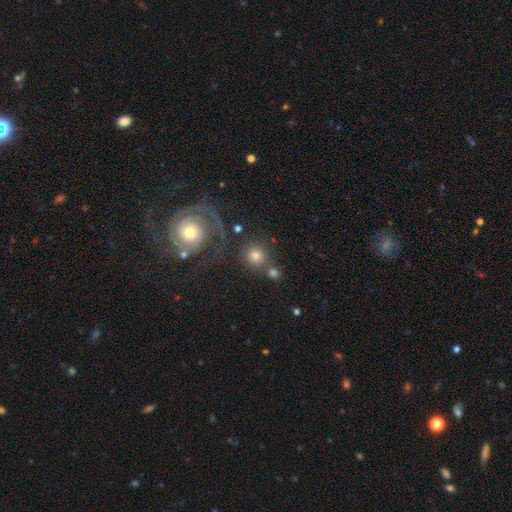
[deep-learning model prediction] Q: Smooth or featured?
A: smooth (65%); runner-up: featured or disk (23%)
Q: How rounded?
A: round (91%); runner-up: in between (8%)
Q: Merging?
A: none (68%); runner-up: merger (16%)